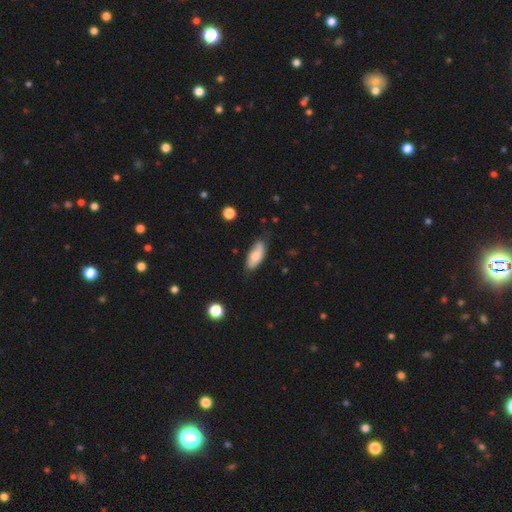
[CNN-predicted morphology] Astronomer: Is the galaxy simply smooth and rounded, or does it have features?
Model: smooth — 73%.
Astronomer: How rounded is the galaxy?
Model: in between — 84%.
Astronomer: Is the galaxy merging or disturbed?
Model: none — 67%.